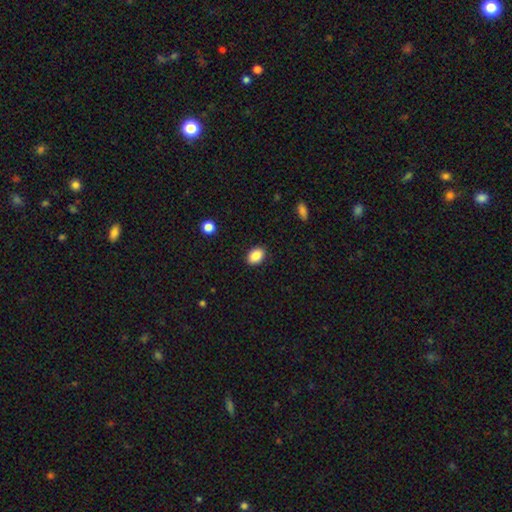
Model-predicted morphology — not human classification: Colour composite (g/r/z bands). It shows a smooth galaxy with no disk features (87%) that is in between round and cigar-shaped (79%). Merging: none (89%).